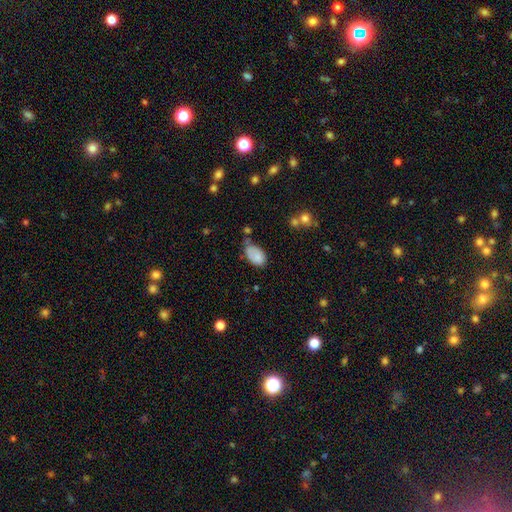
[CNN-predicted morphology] Smooth or featured?
  - smooth: 79% *
  - featured or disk: 13%
  - star or artifact: 8%
How rounded?
  - in between: 91% *
  - round: 8%
  - cigar-shaped: 1%
Merging?
  - none: 39% *
  - minor disturbance: 38%
  - major disturbance: 13%
  - merger: 10%